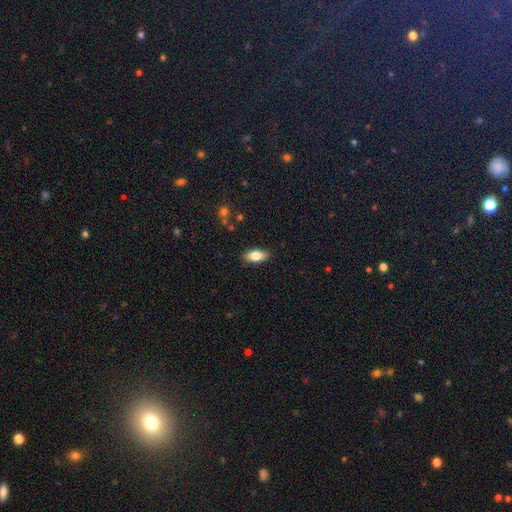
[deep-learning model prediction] Smooth or featured? smooth (74%)
How rounded? in between (85%)
Merging? none (87%)